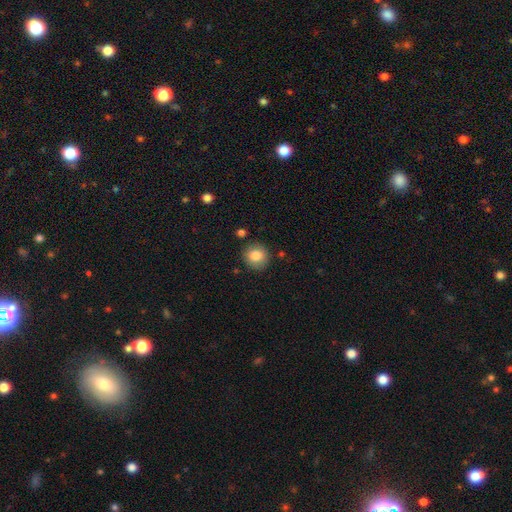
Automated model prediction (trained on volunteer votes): Smooth or featured? Predicted: smooth (p=0.83). How rounded? Predicted: round (p=0.88). Merging? Predicted: none (p=0.86).